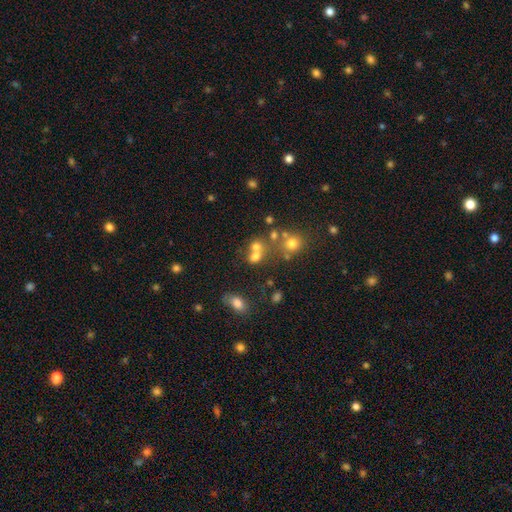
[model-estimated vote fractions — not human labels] Morphology: type=smooth (65%); roundness=round (61%); merging=merger (49%).